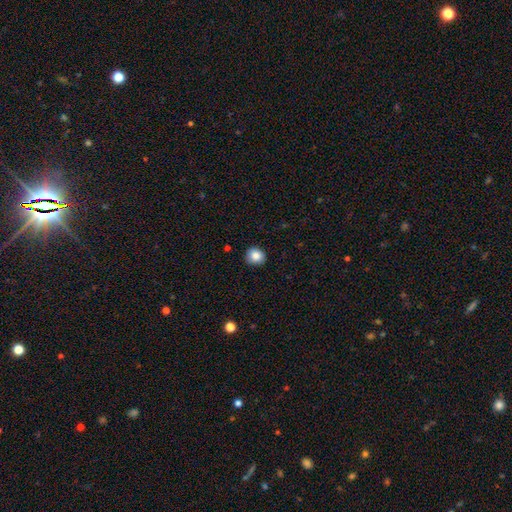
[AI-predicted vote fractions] smooth_or_featured: smooth (p=0.85) [alt: star or artifact p=0.09]
how_rounded: round (p=0.82) [alt: in between p=0.17]
merging: none (p=0.89) [alt: minor disturbance p=0.09]